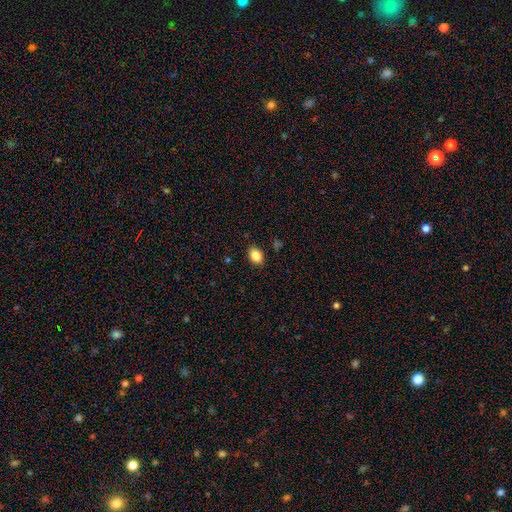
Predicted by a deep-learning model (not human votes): Smooth or featured? smooth (85%)
How rounded? in between (70%)
Merging? none (85%)